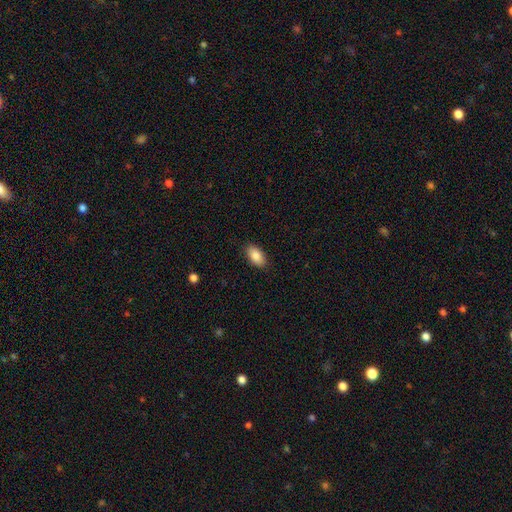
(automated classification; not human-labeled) A smooth galaxy with no disk features (86%) that is in between round and cigar-shaped (93%). Merging: none (88%).